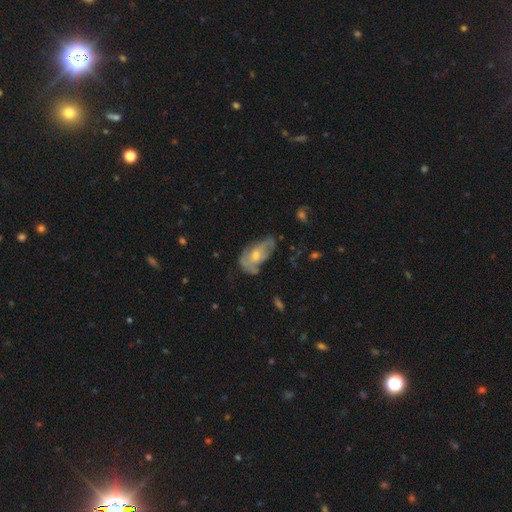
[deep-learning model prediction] Smooth or featured? featured or disk (55%)
Edge-on disk? no (92%)
Bar? no (73%)
Spiral arms? yes (57%)
Bulge size? moderate (54%)
Merging? none (39%)